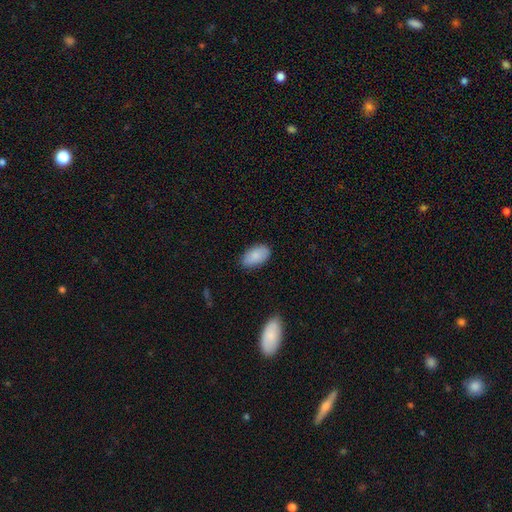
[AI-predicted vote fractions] The model was most divided on "merging": none: 84%, minor disturbance: 13%, major disturbance: 2%, merger: 1%. More confident: how rounded — in between (94%); smooth or featured — smooth (87%).